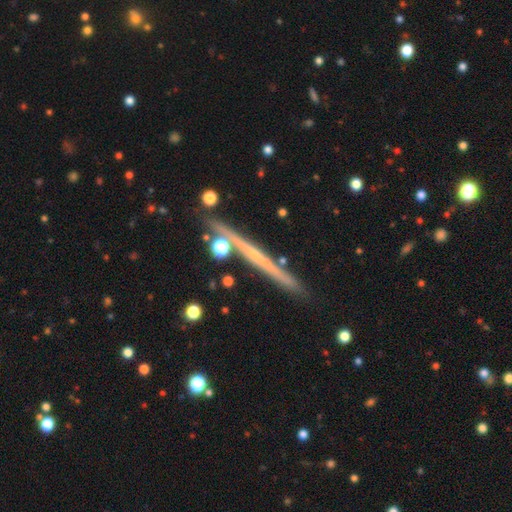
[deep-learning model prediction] smooth_or_featured: featured or disk (p=0.67) [alt: smooth p=0.25]
disk_edge_on: yes (p=0.97) [alt: no p=0.03]
edge_on_bulge: none (p=0.75) [alt: rounded p=0.21]
merging: none (p=0.84) [alt: minor disturbance p=0.10]